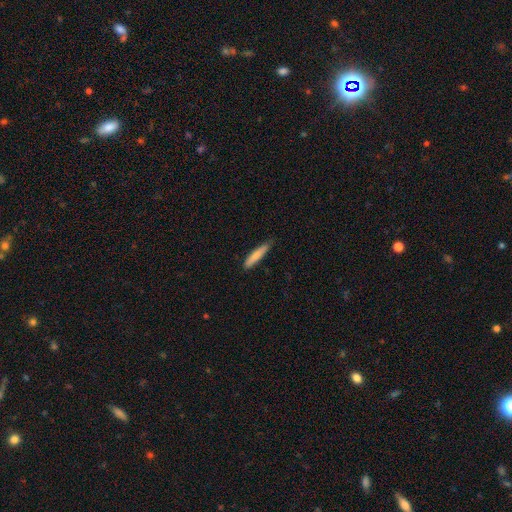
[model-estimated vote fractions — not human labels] Smooth or featured? Predicted: smooth (p=0.80). How rounded? Predicted: cigar-shaped (p=0.89). Merging? Predicted: none (p=0.81).